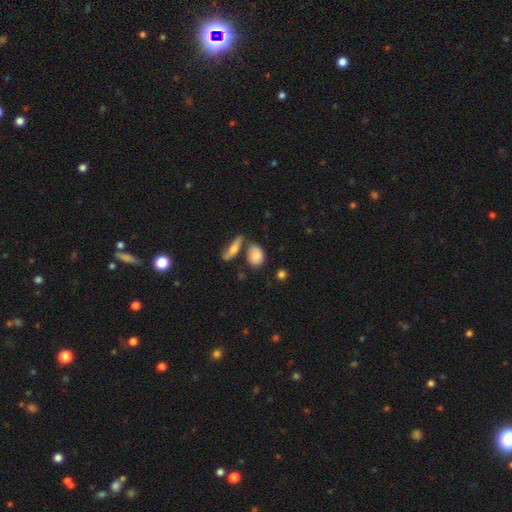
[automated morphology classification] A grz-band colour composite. It shows a smooth galaxy with no disk features (82%) that is in between round and cigar-shaped (66%). Merging: none (55%).